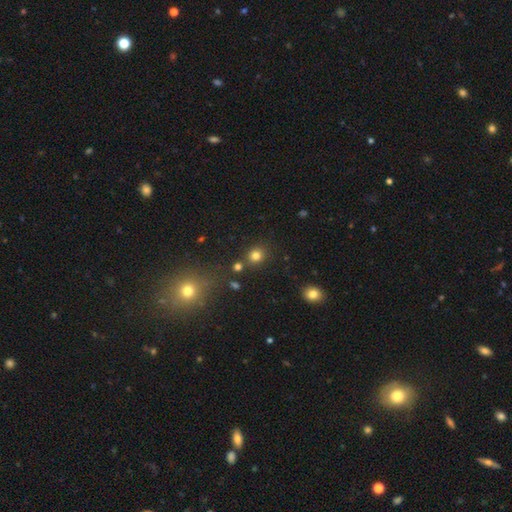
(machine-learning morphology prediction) Smooth or featured: smooth — 79% (star or artifact — 15%)
How rounded: round — 84% (in between — 15%)
Merging: none — 79% (minor disturbance — 9%)